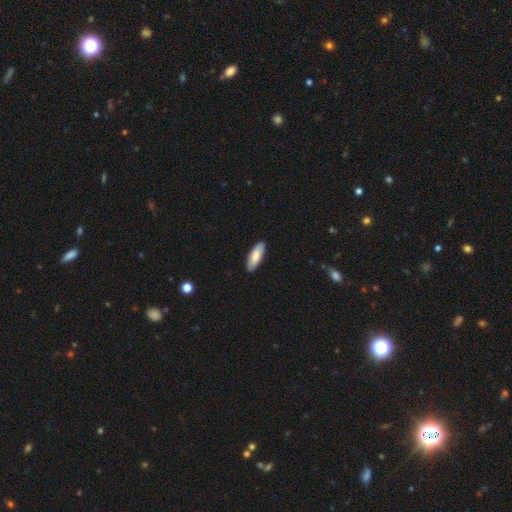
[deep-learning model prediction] Q: Smooth or featured?
A: smooth (80%); runner-up: featured or disk (15%)
Q: How rounded?
A: in between (68%); runner-up: cigar-shaped (30%)
Q: Merging?
A: none (90%); runner-up: minor disturbance (8%)